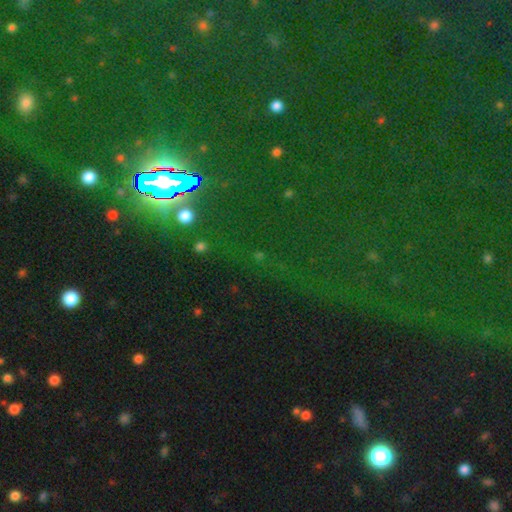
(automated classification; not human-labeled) Morphology: type=star or artifact (83%).